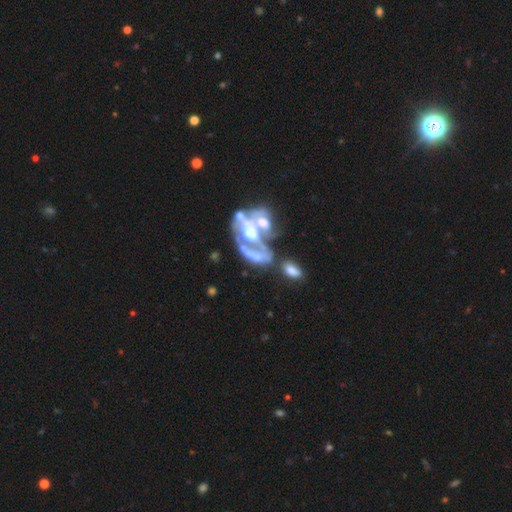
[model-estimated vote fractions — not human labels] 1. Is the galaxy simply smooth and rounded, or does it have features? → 69% featured or disk, 17% smooth, 14% star or artifact.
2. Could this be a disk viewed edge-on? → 97% no, 3% yes.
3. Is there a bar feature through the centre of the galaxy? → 85% no, 9% weak, 6% strong.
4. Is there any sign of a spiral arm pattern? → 87% no, 13% yes.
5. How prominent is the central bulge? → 44% none, 30% moderate, 12% small, 11% large, 3% dominant.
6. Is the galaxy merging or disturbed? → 51% merger, 24% major disturbance, 16% none, 9% minor disturbance.